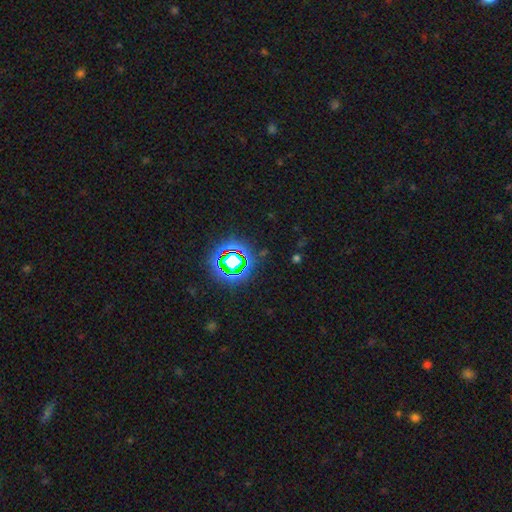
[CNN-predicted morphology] type=star or artifact (74%).